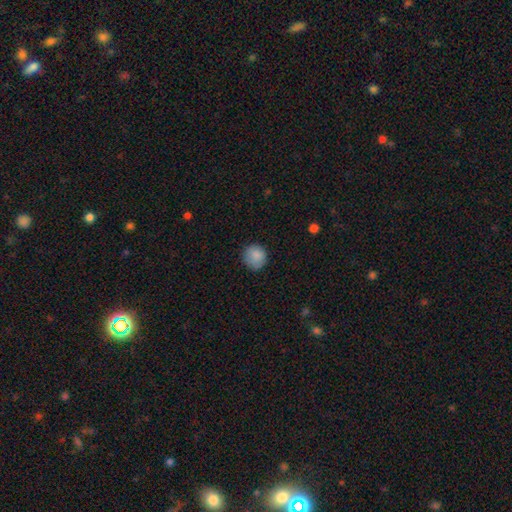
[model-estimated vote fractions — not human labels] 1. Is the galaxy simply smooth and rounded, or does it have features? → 87% smooth, 8% star or artifact, 5% featured or disk.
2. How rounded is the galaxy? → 88% round, 11% in between, 1% cigar-shaped.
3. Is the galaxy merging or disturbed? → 81% none, 14% minor disturbance, 3% major disturbance, 1% merger.